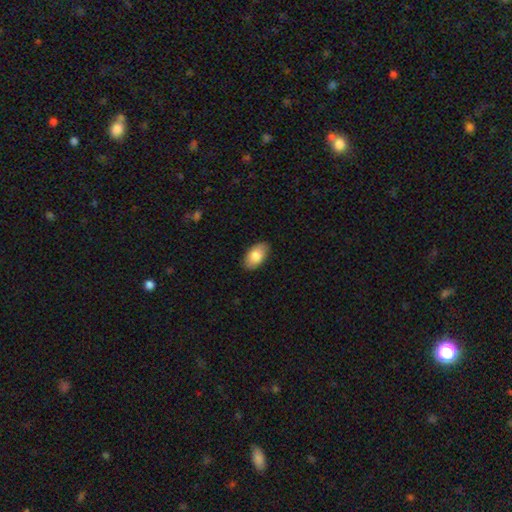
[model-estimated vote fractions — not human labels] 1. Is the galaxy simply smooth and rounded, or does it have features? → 82% smooth, 12% featured or disk, 6% star or artifact.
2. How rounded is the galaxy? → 94% in between, 4% round, 2% cigar-shaped.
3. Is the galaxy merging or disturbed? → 86% none, 11% minor disturbance, 2% major disturbance, 1% merger.